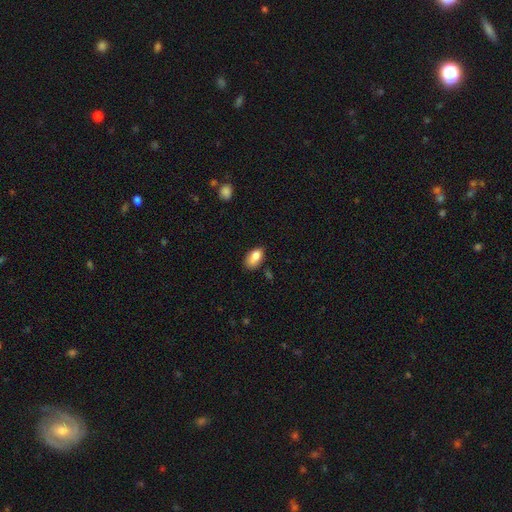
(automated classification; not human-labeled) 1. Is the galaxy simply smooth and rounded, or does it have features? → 82% smooth, 10% featured or disk, 8% star or artifact.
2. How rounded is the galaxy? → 92% in between, 6% round, 2% cigar-shaped.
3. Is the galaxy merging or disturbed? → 60% none, 29% minor disturbance, 7% major disturbance, 4% merger.